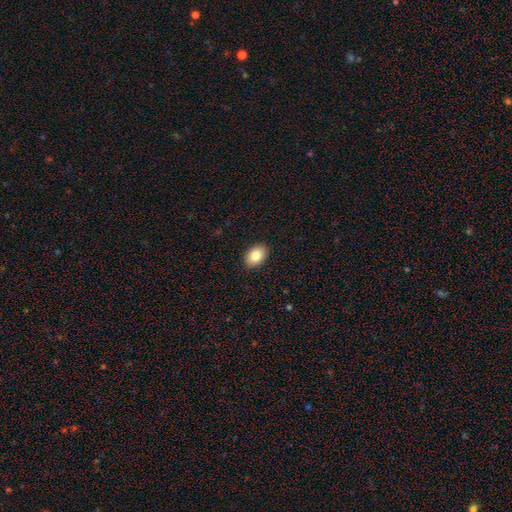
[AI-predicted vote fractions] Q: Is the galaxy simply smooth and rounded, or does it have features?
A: smooth — 83%.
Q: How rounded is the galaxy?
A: in between — 83%.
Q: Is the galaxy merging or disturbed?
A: none — 90%.